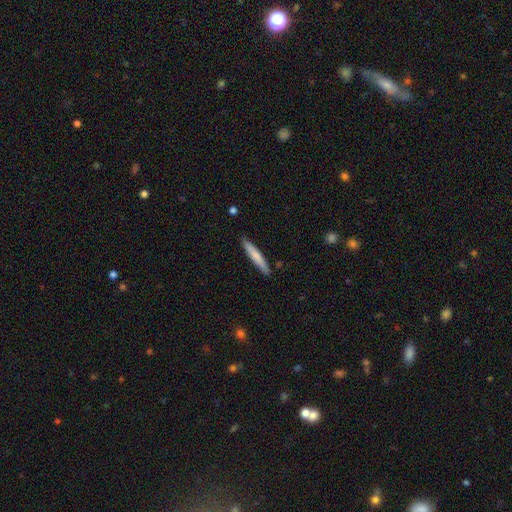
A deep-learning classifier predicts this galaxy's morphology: Q: Smooth or featured?
A: smooth (71%); runner-up: featured or disk (24%)
Q: How rounded?
A: cigar-shaped (94%); runner-up: in between (5%)
Q: Merging?
A: none (89%); runner-up: minor disturbance (8%)